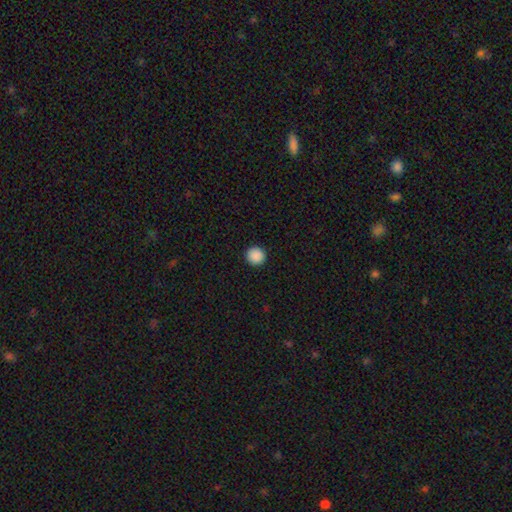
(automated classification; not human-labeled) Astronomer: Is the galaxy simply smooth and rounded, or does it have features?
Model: smooth — 89%.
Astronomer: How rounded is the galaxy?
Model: round — 95%.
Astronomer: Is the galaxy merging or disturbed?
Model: none — 93%.